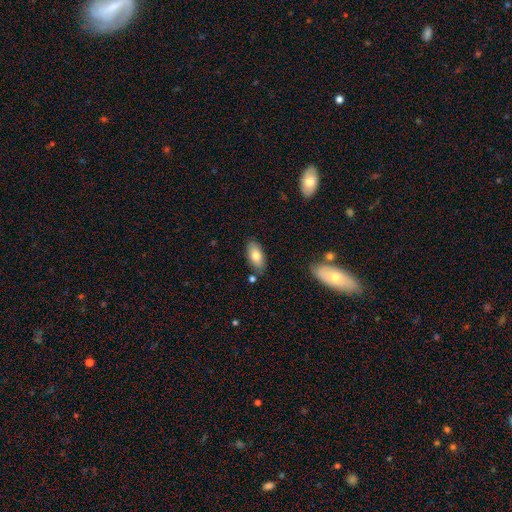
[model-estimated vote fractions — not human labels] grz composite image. It shows a smooth galaxy with no disk features (78%) that is in between round and cigar-shaped (92%). Merging: none (79%).